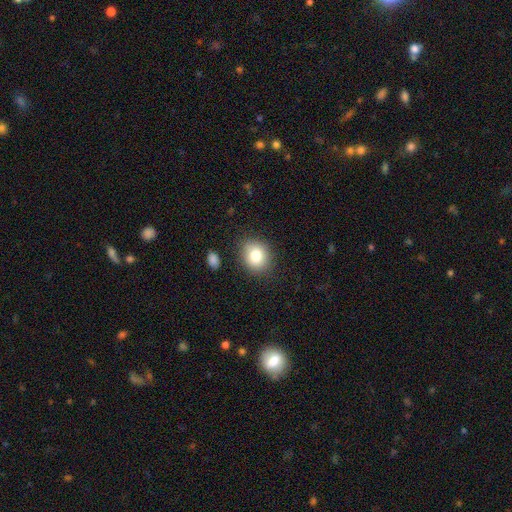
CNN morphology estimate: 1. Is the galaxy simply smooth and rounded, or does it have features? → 81% smooth, 10% star or artifact, 9% featured or disk.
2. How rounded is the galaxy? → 65% round, 34% in between, 1% cigar-shaped.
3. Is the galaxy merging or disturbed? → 85% none, 10% minor disturbance, 3% major disturbance, 2% merger.